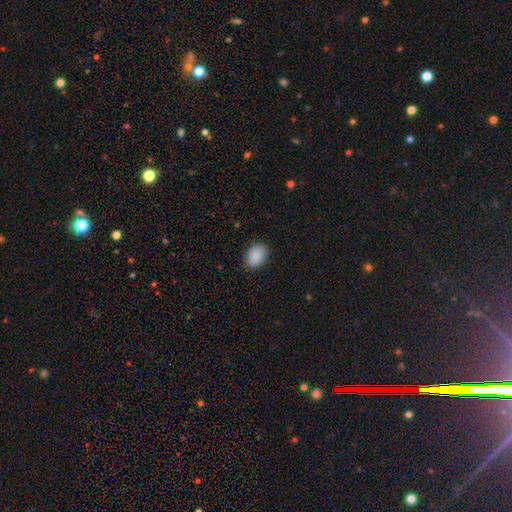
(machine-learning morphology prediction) smooth-or-featured: smooth: 90% | star or artifact: 7% | featured or disk: 3%
  how-rounded: in between: 77% | round: 22% | cigar-shaped: 1%
  merging: none: 88% | minor disturbance: 9% | major disturbance: 2% | merger: 1%